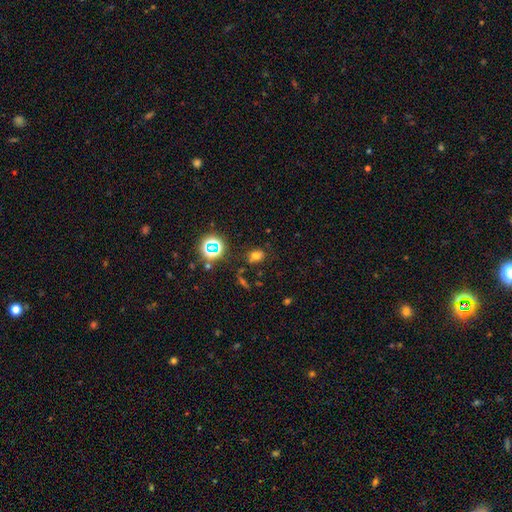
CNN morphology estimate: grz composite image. It shows a smooth galaxy with no disk features (66%) that is in between round and cigar-shaped (56%). Merging: none (76%).